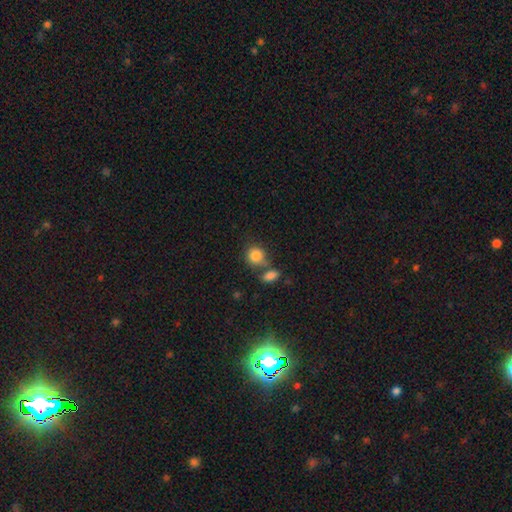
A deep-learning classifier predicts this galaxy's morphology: The model was most divided on "merging": none: 55%, merger: 27%, minor disturbance: 13%, major disturbance: 5%. More confident: smooth or featured — smooth (84%); how rounded — round (79%).